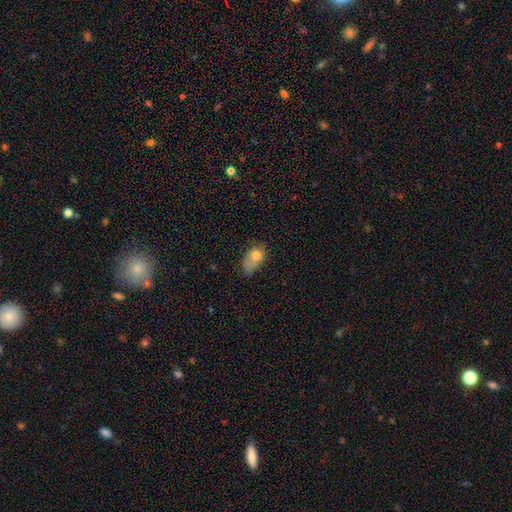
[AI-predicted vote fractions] A smooth galaxy with no disk features (76%) that is in between round and cigar-shaped (82%).

Vote fractions:
- Smooth or featured? smooth: 76% / featured or disk: 15% / star or artifact: 9%
- How rounded? in between: 82% / round: 16% / cigar-shaped: 2%
- Merging? minor disturbance: 38% / none: 30% / major disturbance: 24% / merger: 8%